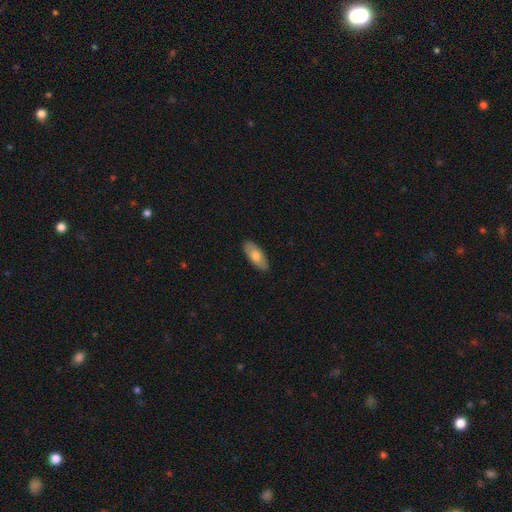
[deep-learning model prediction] smooth-or-featured: smooth: 71% | featured or disk: 23% | star or artifact: 6%
  how-rounded: in between: 86% | cigar-shaped: 12% | round: 2%
  merging: none: 89% | minor disturbance: 8% | major disturbance: 2% | merger: 1%